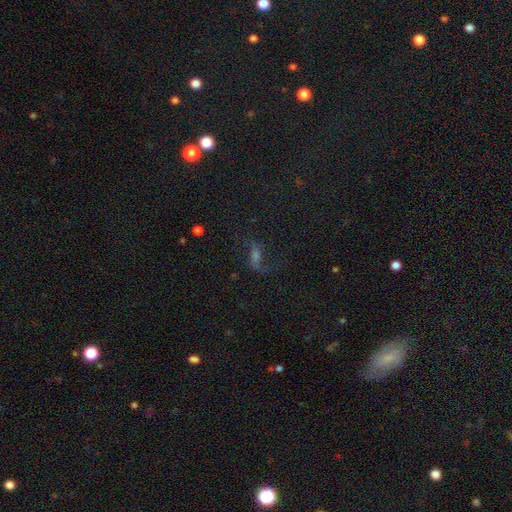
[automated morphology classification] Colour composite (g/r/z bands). It shows a featured or disk galaxy (51%). Merging: none (59%).